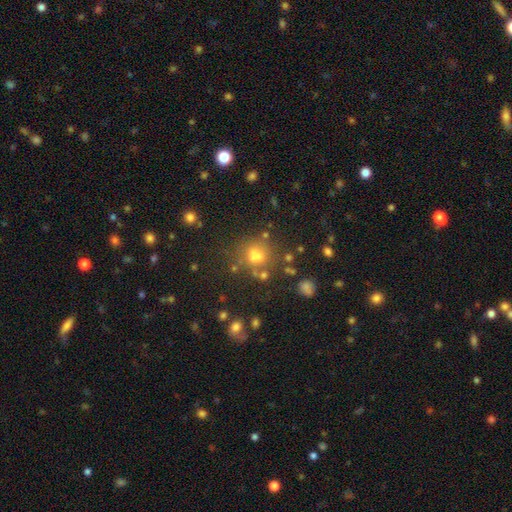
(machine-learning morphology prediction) Q: Smooth or featured?
A: smooth (64%); runner-up: star or artifact (25%)
Q: How rounded?
A: round (80%); runner-up: in between (18%)
Q: Merging?
A: none (62%); runner-up: merger (18%)